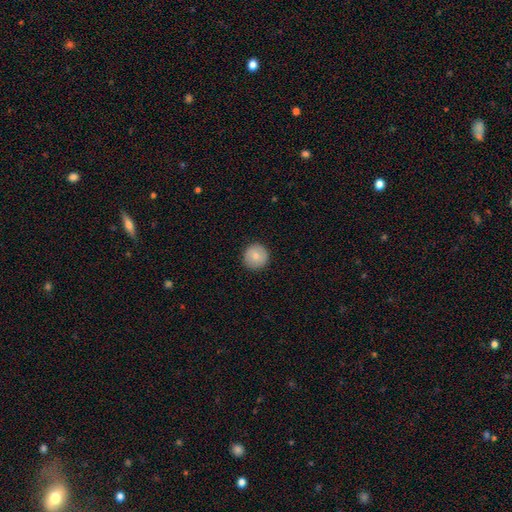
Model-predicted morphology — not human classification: This is likely a smooth galaxy (78%). How rounded: clearly round (95%). Merging: clearly none (92%).